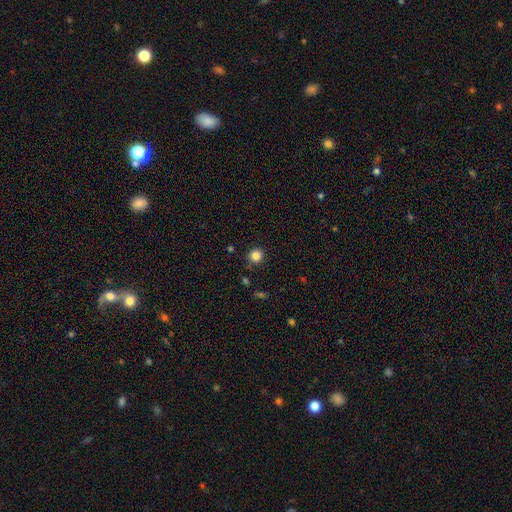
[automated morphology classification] Overall: smooth (84%). How rounded: round (93%). Merging: none (87%).